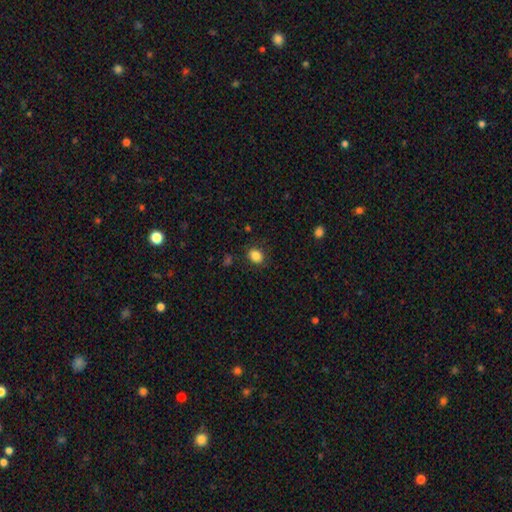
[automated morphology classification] Smooth or featured? Predicted: smooth (p=0.85). How rounded? Predicted: round (p=0.59). Merging? Predicted: none (p=0.85).